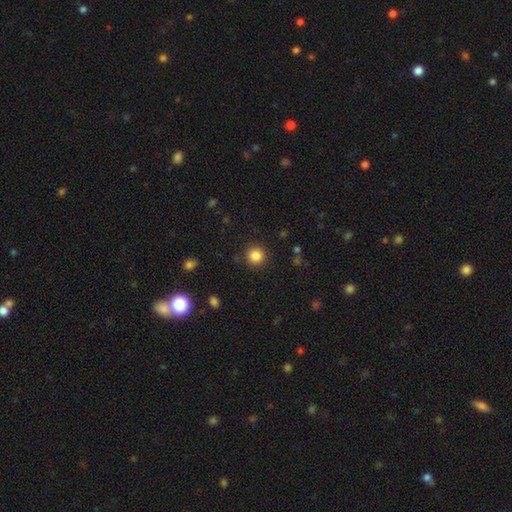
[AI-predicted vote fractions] smooth-or-featured: smooth: 85% | star or artifact: 11% | featured or disk: 4%
  how-rounded: round: 94% | in between: 5% | cigar-shaped: 1%
  merging: none: 91% | minor disturbance: 6% | major disturbance: 2% | merger: 1%